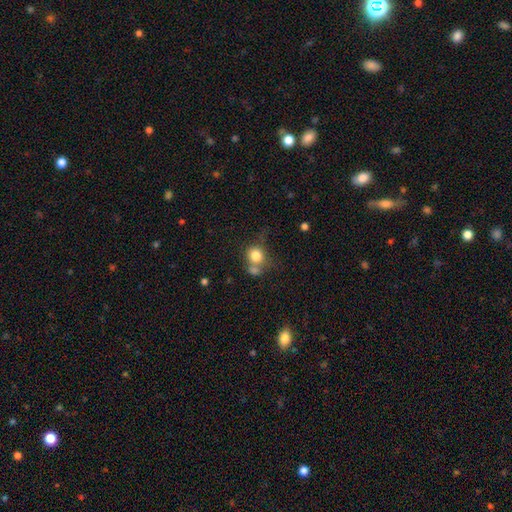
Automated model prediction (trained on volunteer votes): Q: Smooth or featured?
A: smooth (80%); runner-up: featured or disk (10%)
Q: How rounded?
A: round (80%); runner-up: in between (19%)
Q: Merging?
A: none (43%); runner-up: merger (34%)